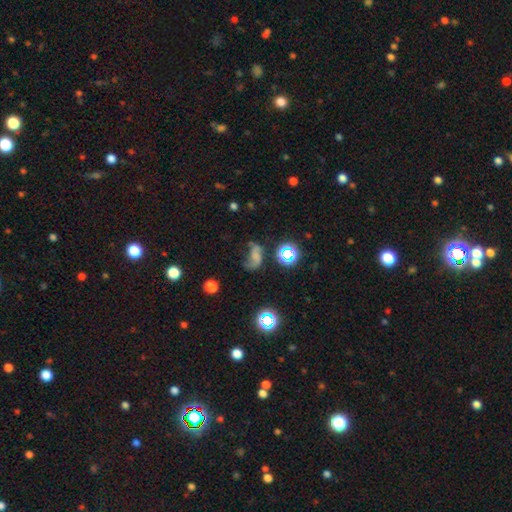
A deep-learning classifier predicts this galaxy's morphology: Smooth or featured?
  - featured or disk: 37% * (tied)
  - smooth: 37% * (tied)
  - star or artifact: 26%
Merging?
  - major disturbance: 36% *
  - none: 31%
  - minor disturbance: 25%
  - merger: 8%